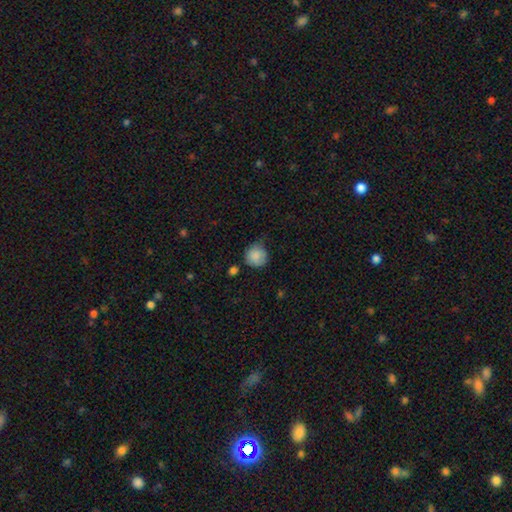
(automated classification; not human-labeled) Smooth or featured? smooth (84%)
How rounded? round (88%)
Merging? none (55%)